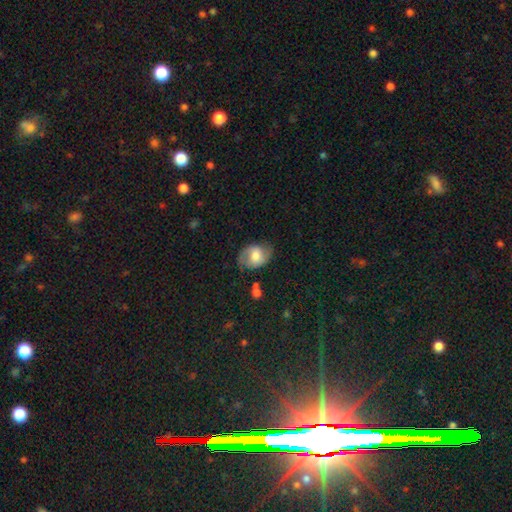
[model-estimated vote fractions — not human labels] smooth-or-featured: featured or disk: 48% | smooth: 45% | star or artifact: 8%
  merging: none: 69% | minor disturbance: 21% | major disturbance: 8% | merger: 2%